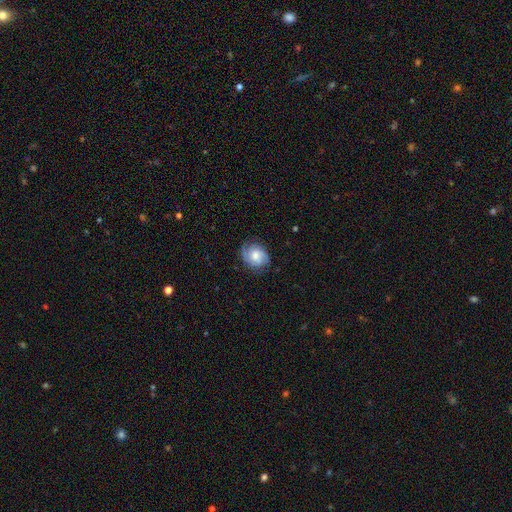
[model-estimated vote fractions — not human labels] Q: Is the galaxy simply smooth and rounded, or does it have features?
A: featured or disk — 62%.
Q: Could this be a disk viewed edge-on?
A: no — 97%.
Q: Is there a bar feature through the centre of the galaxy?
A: no — 64%.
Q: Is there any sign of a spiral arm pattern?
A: yes — 92%.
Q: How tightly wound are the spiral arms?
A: tight — 47%.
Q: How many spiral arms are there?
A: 2 — 55%.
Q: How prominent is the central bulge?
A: moderate — 56%.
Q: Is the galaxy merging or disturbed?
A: none — 74%.